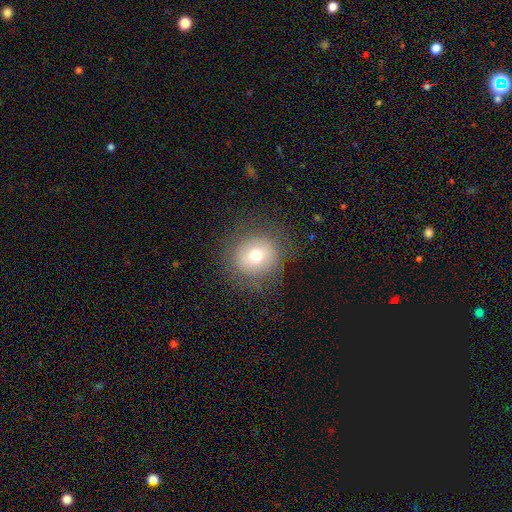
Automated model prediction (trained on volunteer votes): This appears to be a smooth galaxy with no disk features (68%) that is round (90%). Merging: none (82%).